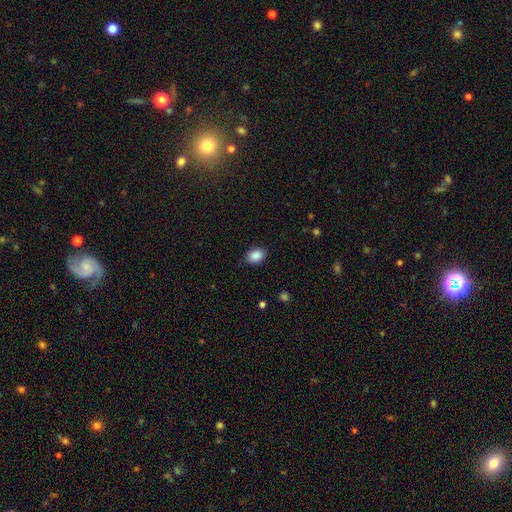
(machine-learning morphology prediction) A smooth galaxy with no disk features (88%) that is in between round and cigar-shaped (71%). Merging: none (85%).